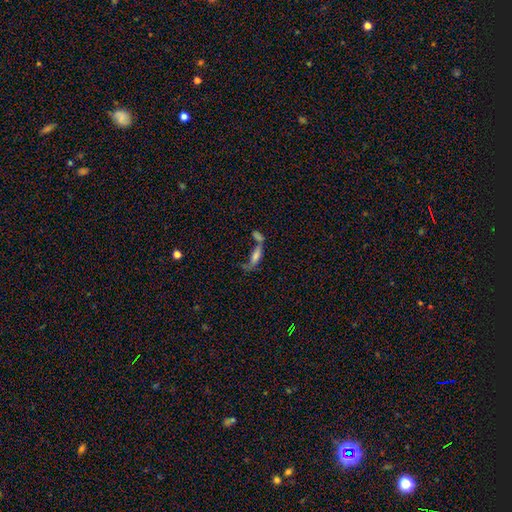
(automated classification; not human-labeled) The model was most divided on "smooth or featured": smooth: 45%, featured or disk: 39%, star or artifact: 16%. Remaining: merging — merger (47%).